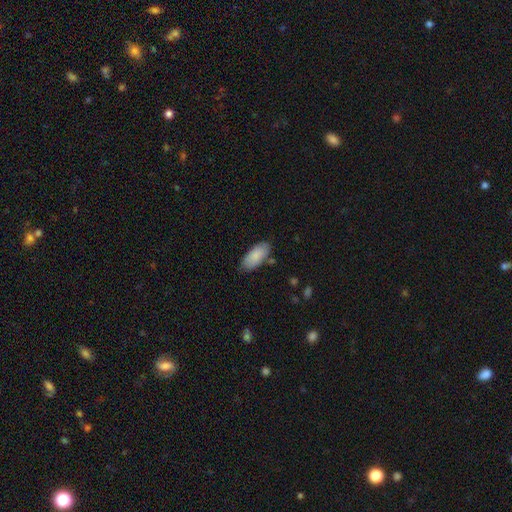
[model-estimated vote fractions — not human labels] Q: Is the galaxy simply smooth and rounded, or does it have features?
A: smooth — 87%.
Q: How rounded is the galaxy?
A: in between — 90%.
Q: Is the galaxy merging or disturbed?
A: none — 77%.